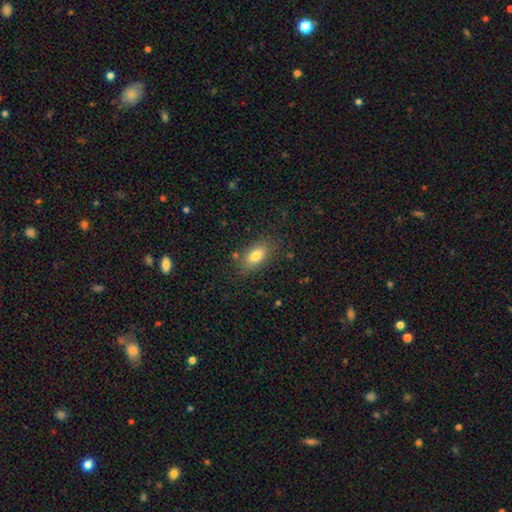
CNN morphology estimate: Smooth or featured? smooth (79%)
How rounded? in between (87%)
Merging? none (80%)